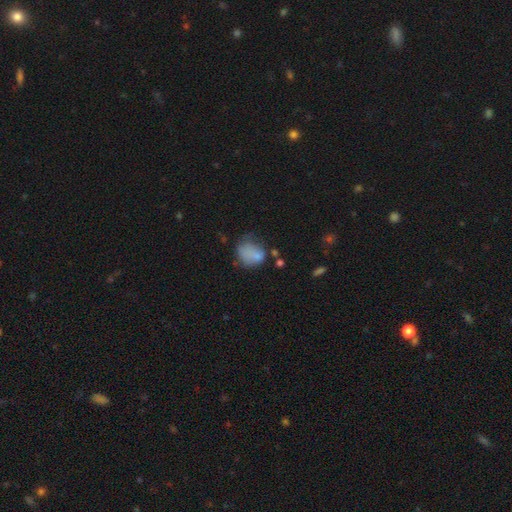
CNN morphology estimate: Q: Smooth or featured?
A: smooth (71%); runner-up: star or artifact (15%)
Q: How rounded?
A: in between (50%); runner-up: round (49%)
Q: Merging?
A: none (44%); runner-up: minor disturbance (30%)